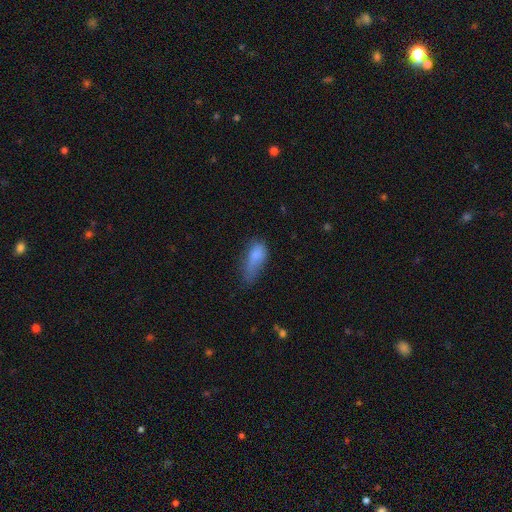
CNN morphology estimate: Q: Smooth or featured?
A: smooth (77%); runner-up: featured or disk (13%)
Q: How rounded?
A: in between (79%); runner-up: cigar-shaped (16%)
Q: Merging?
A: major disturbance (37%); runner-up: minor disturbance (35%)